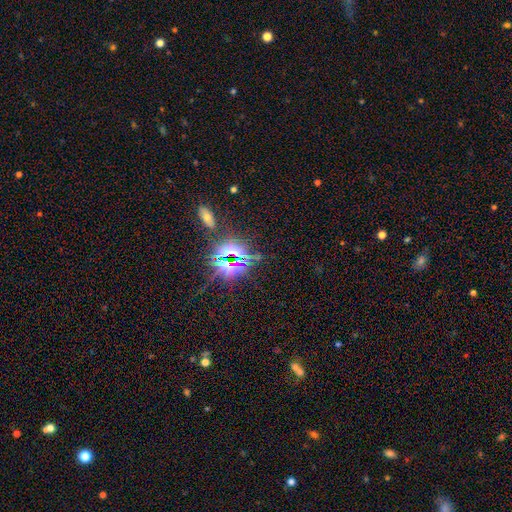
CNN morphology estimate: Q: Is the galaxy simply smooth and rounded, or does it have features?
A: star or artifact — 82%.